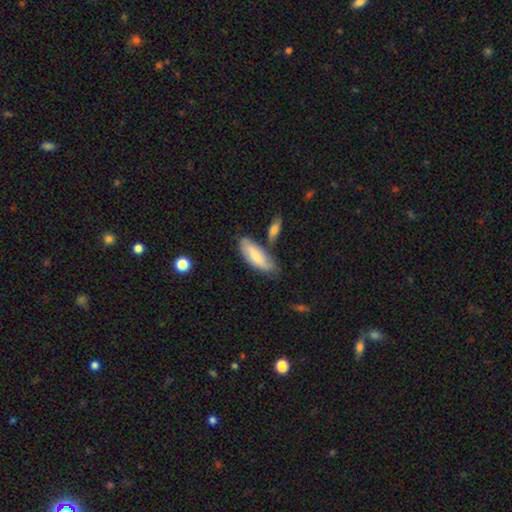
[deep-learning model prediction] Overall: smooth (64%; featured or disk 30%). How rounded: in between (75%). Merging: none (58%; minor disturbance 21%).